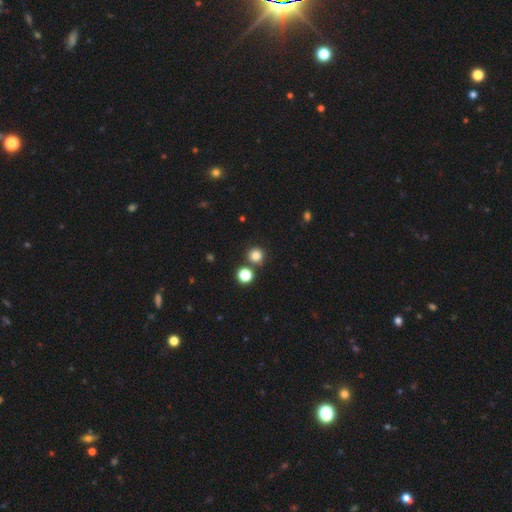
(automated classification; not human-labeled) smooth-or-featured: smooth: 82% | star or artifact: 13% | featured or disk: 5%
  how-rounded: round: 93% | in between: 6% | cigar-shaped: 1%
  merging: none: 79% | merger: 11% | minor disturbance: 7% | major disturbance: 3%